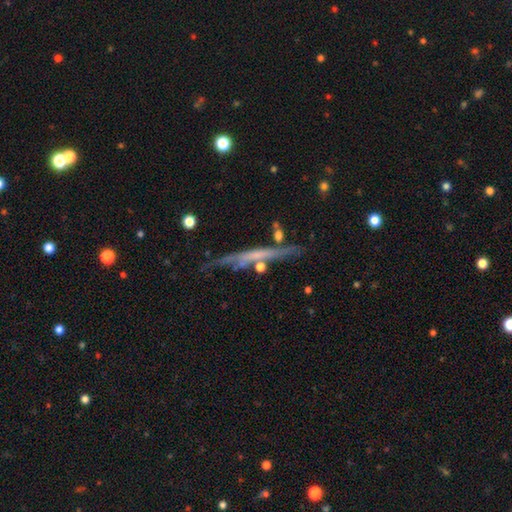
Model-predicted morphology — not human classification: This is likely a featured or disk galaxy (61%). It is clearly viewed edge-on (90%). Edge-on bulge: likely none (76%). Merging: likely none (65%).